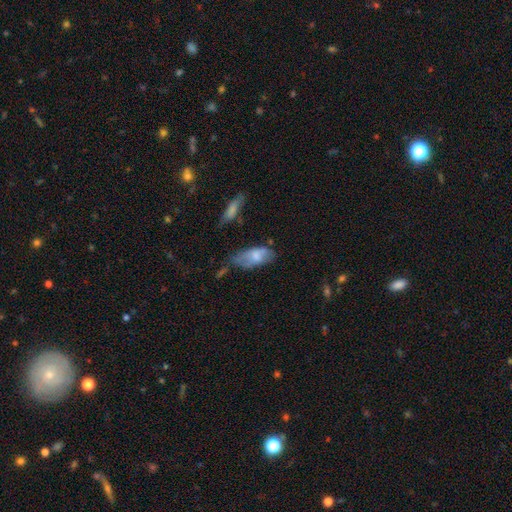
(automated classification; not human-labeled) The model was most divided on "merging": none: 43%, minor disturbance: 33%, major disturbance: 16%, merger: 8%. More confident: how rounded — in between (86%); smooth or featured — smooth (67%).